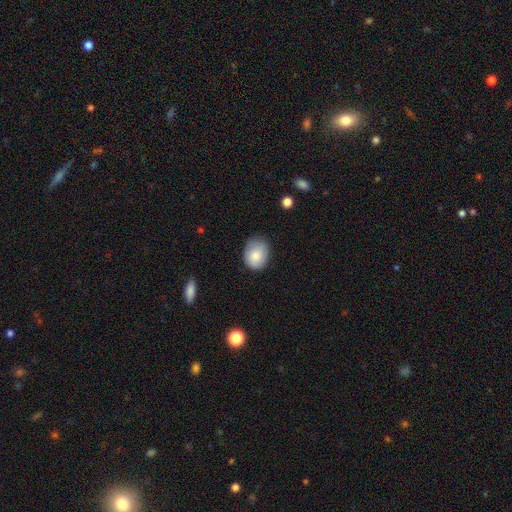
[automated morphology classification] A smooth galaxy with no disk features (82%) that is in between round and cigar-shaped (58%). Merging: none (71%).